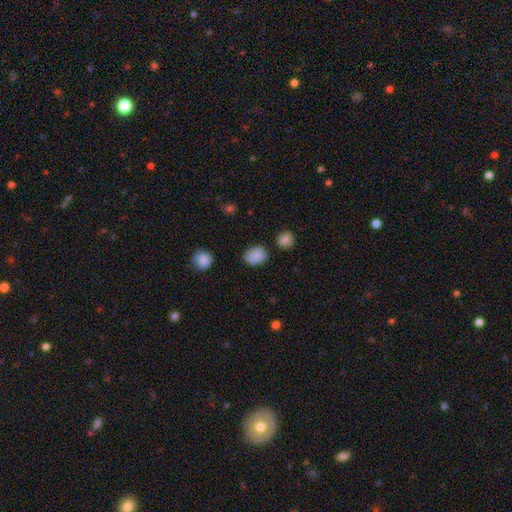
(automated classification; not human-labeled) smooth 86%, star or artifact 9%, featured or disk 5%. Down the decision tree: how rounded — in between (58%); merging — none (80%).